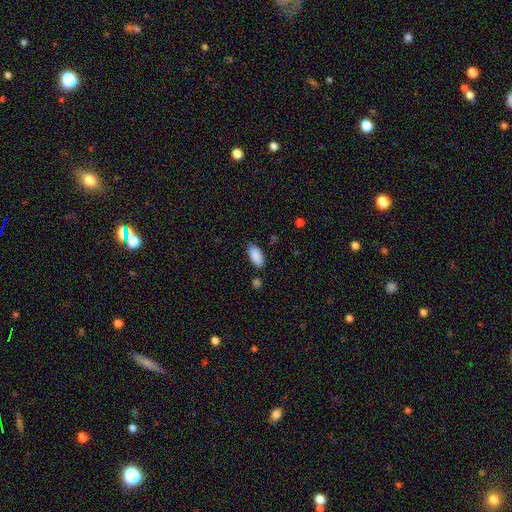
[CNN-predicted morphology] Smooth or featured?
  - smooth: 90% *
  - star or artifact: 7%
  - featured or disk: 4%
How rounded?
  - in between: 91% *
  - cigar-shaped: 7%
  - round: 2%
Merging?
  - none: 81% *
  - minor disturbance: 12%
  - merger: 4%
  - major disturbance: 3%